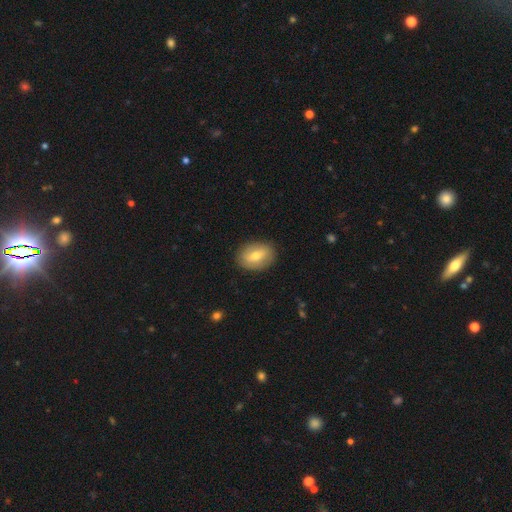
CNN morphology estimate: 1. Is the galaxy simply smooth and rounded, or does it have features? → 67% smooth, 25% featured or disk, 7% star or artifact.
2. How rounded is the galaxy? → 77% in between, 22% round, 2% cigar-shaped.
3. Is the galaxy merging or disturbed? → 87% none, 10% minor disturbance, 3% major disturbance, 1% merger.